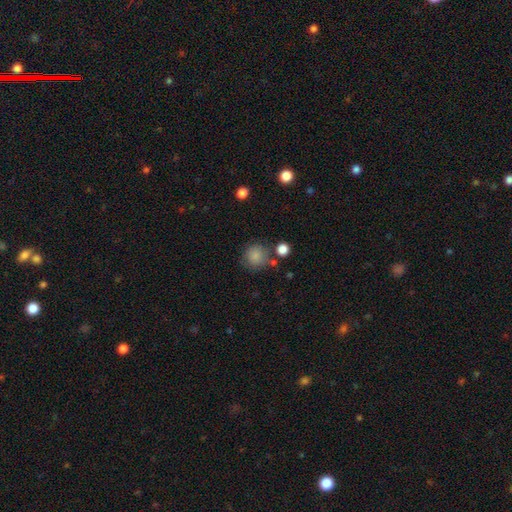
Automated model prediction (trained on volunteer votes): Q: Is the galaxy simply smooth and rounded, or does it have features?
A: smooth — 85%.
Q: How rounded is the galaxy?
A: round — 91%.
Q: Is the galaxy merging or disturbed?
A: none — 71%.